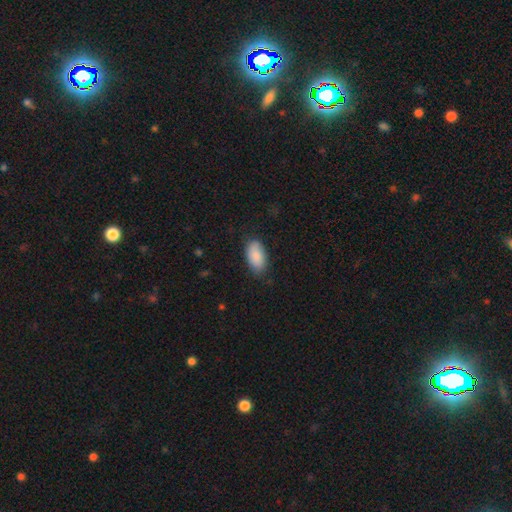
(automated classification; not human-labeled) smooth 88%, featured or disk 6%, star or artifact 6%. Down the decision tree: how rounded — in between (94%); merging — none (79%).